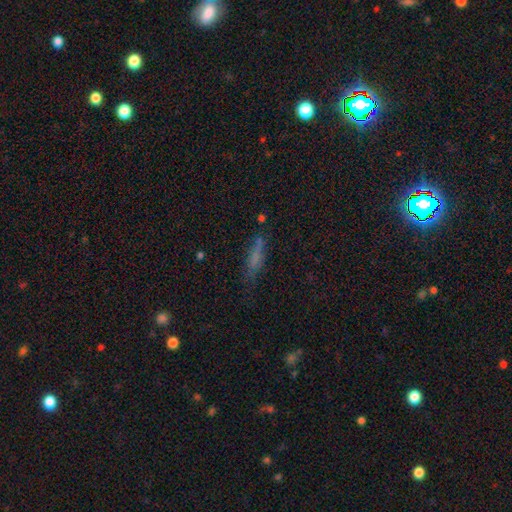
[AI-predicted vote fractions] Smooth or featured? Predicted: smooth (p=0.58). How rounded? Predicted: cigar-shaped (p=0.77). Merging? Predicted: none (p=0.64).